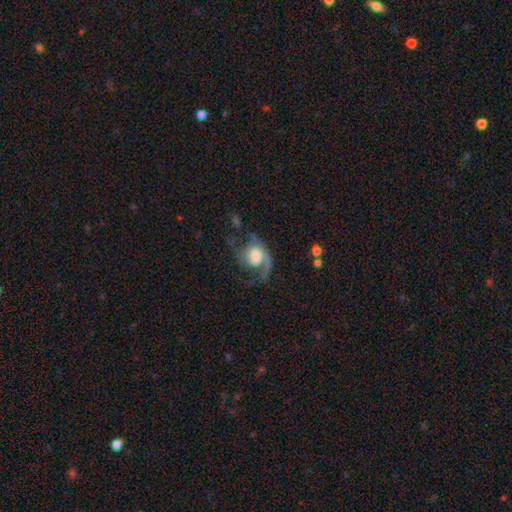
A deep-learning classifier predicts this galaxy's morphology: smooth-or-featured: featured or disk: 71% | smooth: 22% | star or artifact: 7%
  disk-edge-on: no: 97% | yes: 3%
    bar: no: 69% | weak: 25% | strong: 5%
    has-spiral-arms: yes: 89% | no: 11%
      spiral-winding: loose: 42% | medium: 40% | tight: 18%
      spiral-arm-count: 1: 50% | 2: 39% | can't tell: 6% | 3: 3% | 4: 1% | more than 4: 1%
    bulge-size: large: 40% | moderate: 31% | small: 13% | dominant: 9% | none: 7%
  merging: none: 41% | major disturbance: 36% | minor disturbance: 19% | merger: 4%